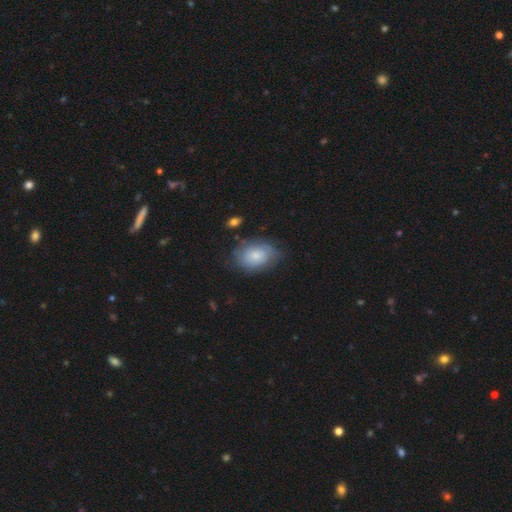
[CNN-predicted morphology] This is likely a smooth galaxy (60%). How rounded: likely in between (75%). Merging: likely none (65%).